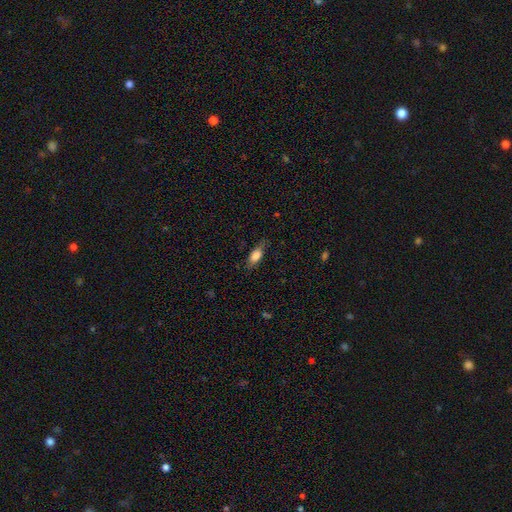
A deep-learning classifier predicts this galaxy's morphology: This is likely a smooth galaxy (77%). How rounded: likely in between (75%). Merging: likely none (73%).